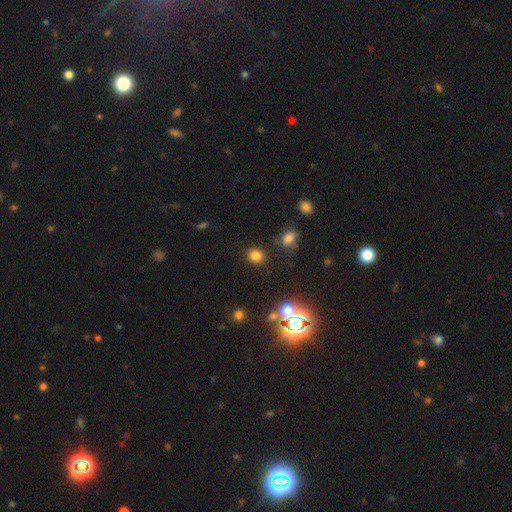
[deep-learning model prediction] A smooth galaxy with no disk features (78%) that is round (73%). Merging: none (85%).